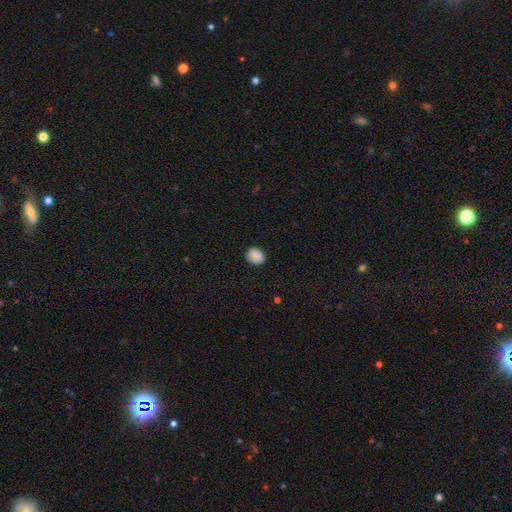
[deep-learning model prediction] smooth 89%, star or artifact 8%, featured or disk 3%. Down the decision tree: how rounded — round (62%); merging — none (88%).